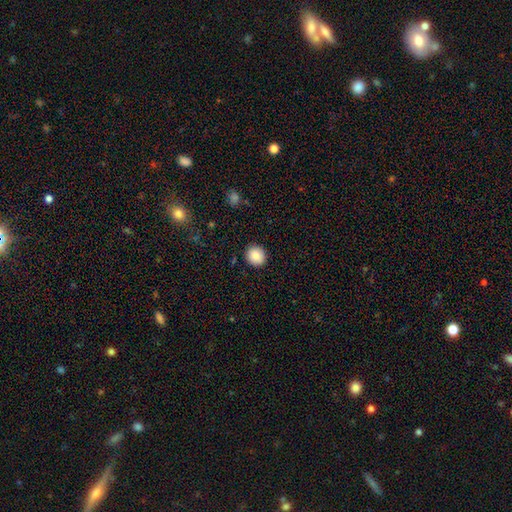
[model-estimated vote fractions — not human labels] A smooth galaxy with no disk features (87%) that is round (84%). Merging: none (91%).